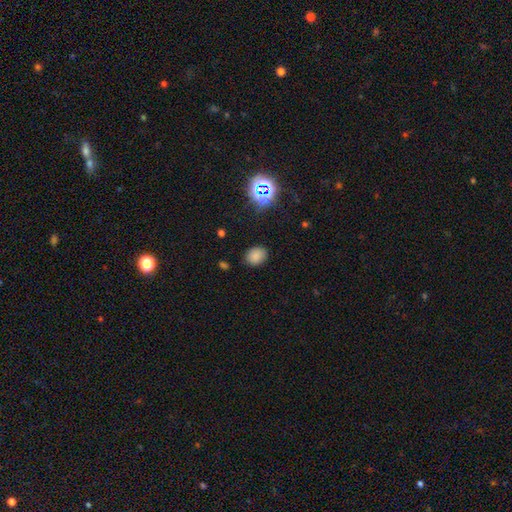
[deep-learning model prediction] This appears to be a smooth galaxy with no disk features (78%) that is round (50%, tied with in between). Merging: none (84%).